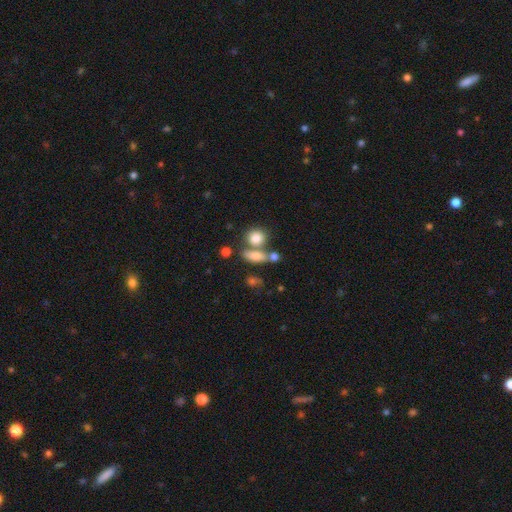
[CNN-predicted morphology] The model was most divided on "merging": none: 52%, merger: 29%, minor disturbance: 13%, major disturbance: 6%. More confident: smooth or featured — smooth (74%); how rounded — in between (56%).